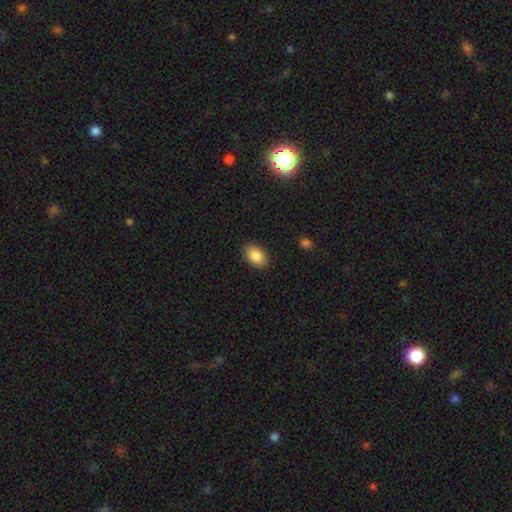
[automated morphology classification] A smooth galaxy with no disk features (87%) that is in between round and cigar-shaped (89%). Merging: none (87%).